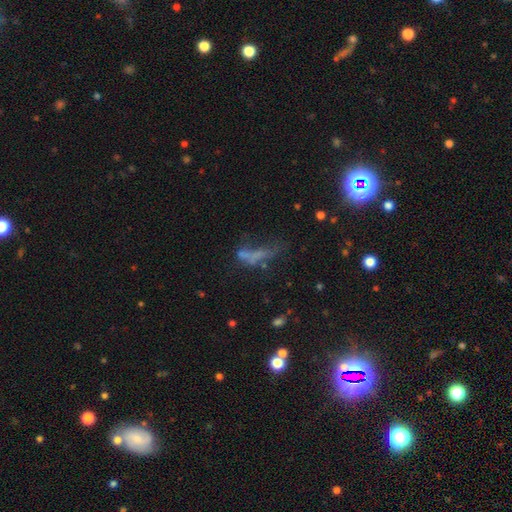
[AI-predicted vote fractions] A smooth galaxy with no disk features (40%). Merging: major disturbance (33%).